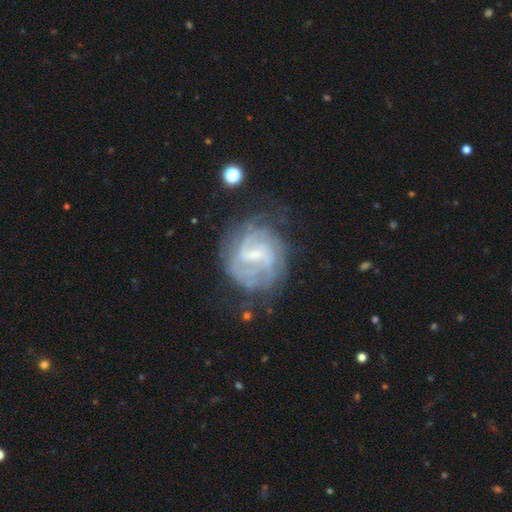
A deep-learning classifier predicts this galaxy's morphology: featured or disk 82%, smooth 10%, star or artifact 8%. Down the decision tree: edge-on disk — no (98%); bar — weak (55%); spiral arms — yes (91%); spiral arm count — 2 (37%); spiral winding — tight (53%); bulge size — small (49%); merging — none (66%).